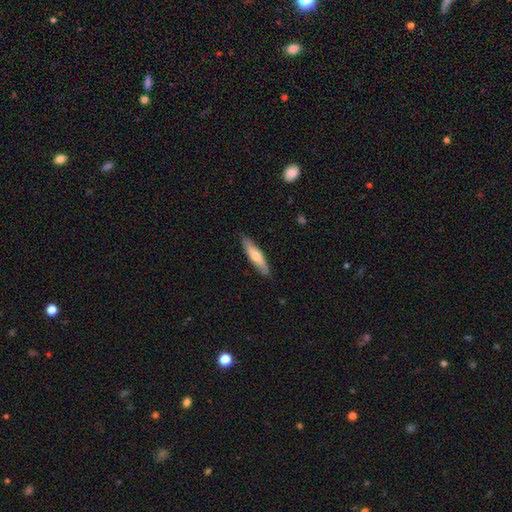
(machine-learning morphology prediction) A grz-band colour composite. It shows a smooth galaxy with no disk features (59%) that is cigar-shaped (78%). Merging: none (87%).